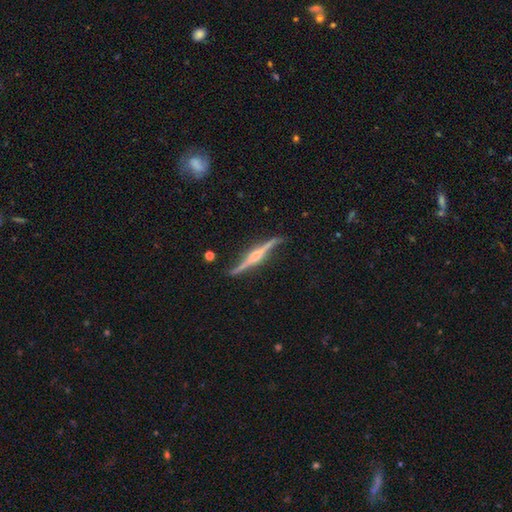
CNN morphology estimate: Smooth or featured: featured or disk — 87% (smooth — 8%)
Edge-on disk: yes — 93% (no — 7%)
Edge-on bulge: rounded — 90% (none — 5%)
Merging: none — 77% (minor disturbance — 16%)